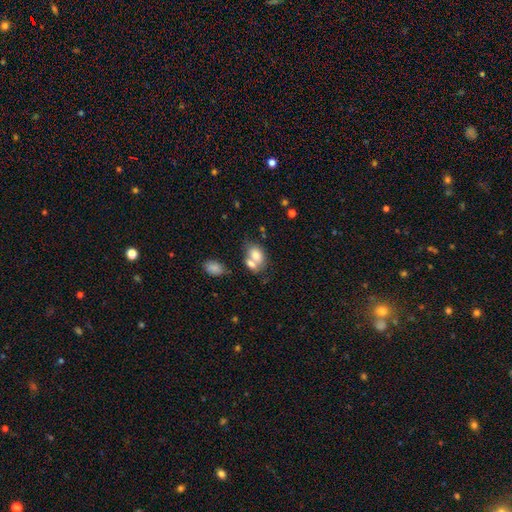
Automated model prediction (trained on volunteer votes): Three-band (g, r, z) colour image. It shows a smooth galaxy with no disk features (74%) that is in between round and cigar-shaped (80%). Merging: merger (53%).